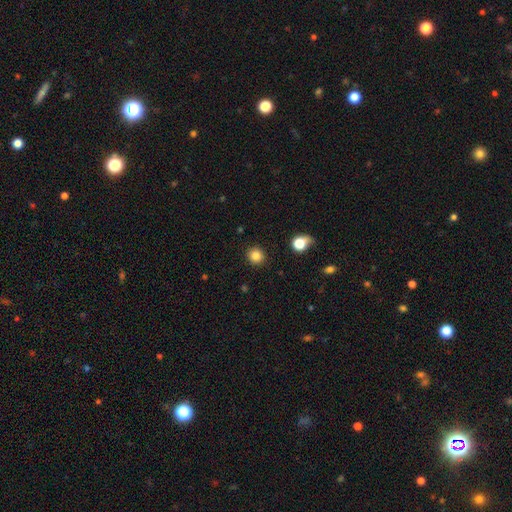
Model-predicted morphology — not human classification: Smooth or featured? Predicted: smooth (p=0.84). How rounded? Predicted: round (p=0.92). Merging? Predicted: none (p=0.91).